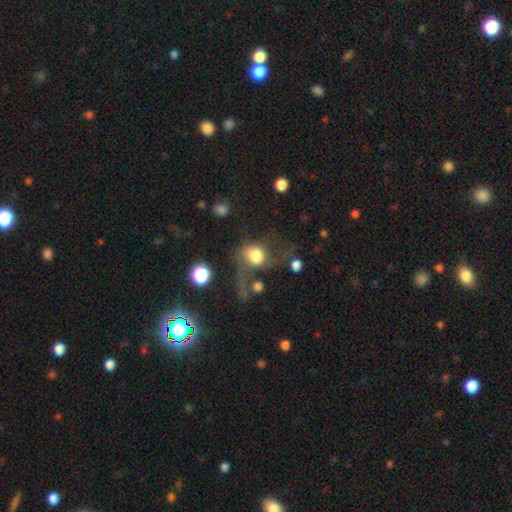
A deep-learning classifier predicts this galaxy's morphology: Smooth or featured: smooth — 63% (featured or disk — 27%)
How rounded: round — 68% (in between — 31%)
Merging: major disturbance — 47% (none — 26%)